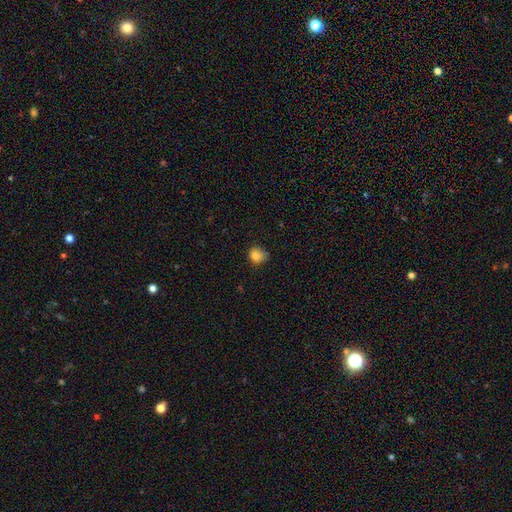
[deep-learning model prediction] Overall: smooth (82%). How rounded: round (69%; in between 30%). Merging: none (66%; minor disturbance 27%).